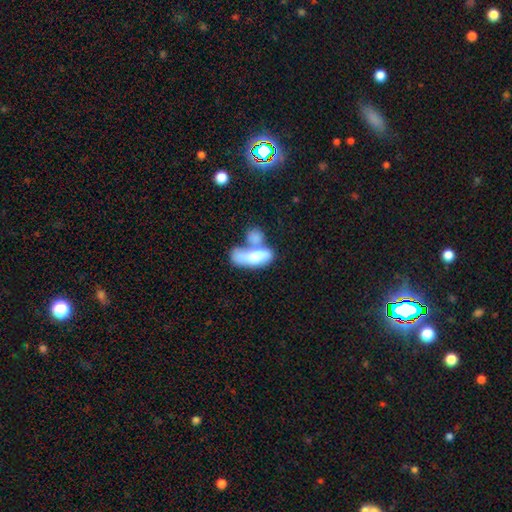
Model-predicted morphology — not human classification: Smooth or featured: smooth — 70% (featured or disk — 23%)
How rounded: in between — 80% (cigar-shaped — 16%)
Merging: merger — 61% (none — 15%)